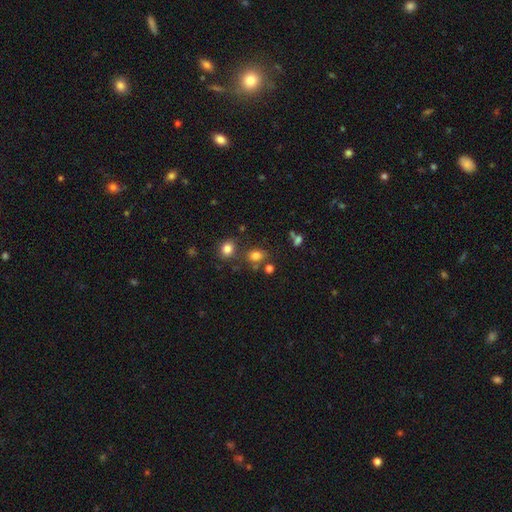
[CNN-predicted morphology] Overall: smooth (78%). How rounded: in between (55%; round 44%). Merging: none (68%).